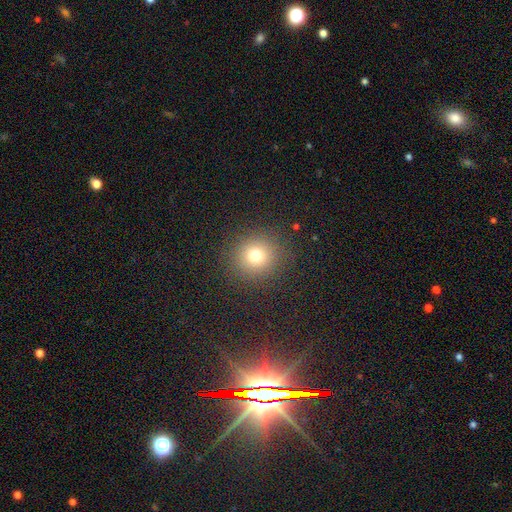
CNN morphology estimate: The model was most divided on "smooth or featured": smooth: 74%, star or artifact: 17%, featured or disk: 9%. More confident: how rounded — round (91%); merging — none (89%).